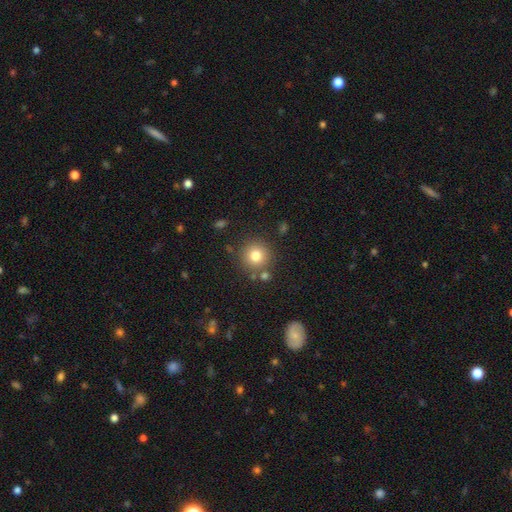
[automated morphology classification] smooth-or-featured: smooth: 79% | star or artifact: 12% | featured or disk: 9%
  how-rounded: round: 94% | in between: 5% | cigar-shaped: 1%
  merging: none: 82% | minor disturbance: 8% | merger: 7% | major disturbance: 3%